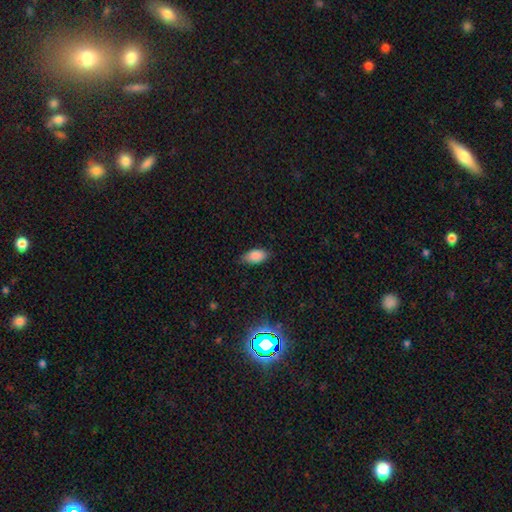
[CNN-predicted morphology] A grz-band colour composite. It shows a smooth galaxy with no disk features (86%) that is in between round and cigar-shaped (92%). Merging: none (76%).